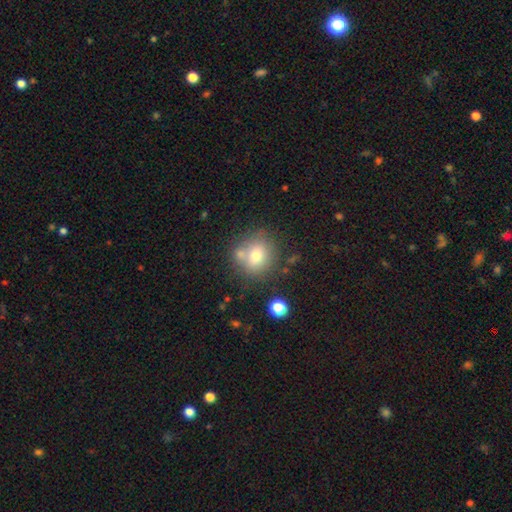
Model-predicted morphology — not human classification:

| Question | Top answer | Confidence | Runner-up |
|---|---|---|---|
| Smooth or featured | smooth | 72% | featured or disk (16%) |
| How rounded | round | 78% | in between (21%) |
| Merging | none | 62% | merger (20%) |